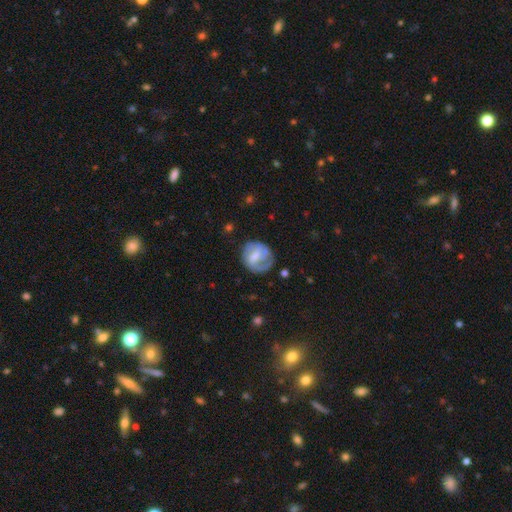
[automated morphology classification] This appears to be a featured or disk galaxy (57%) with a weak bar (51%), spiral arms (70%) and a moderate central bulge (38%). Merging: none (60%).